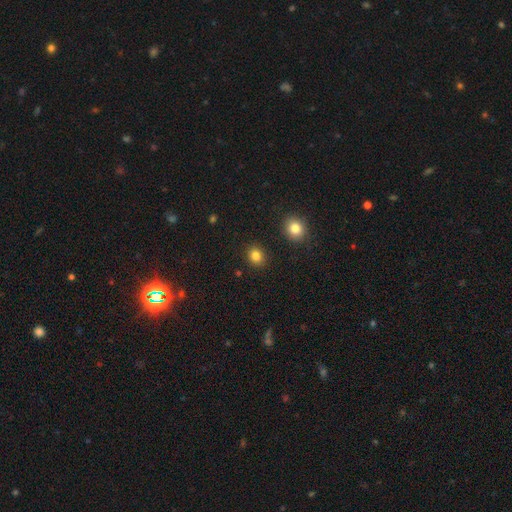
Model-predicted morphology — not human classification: Smooth or featured: smooth — 84% (star or artifact — 11%)
How rounded: round — 67% (in between — 33%)
Merging: none — 89% (minor disturbance — 7%)